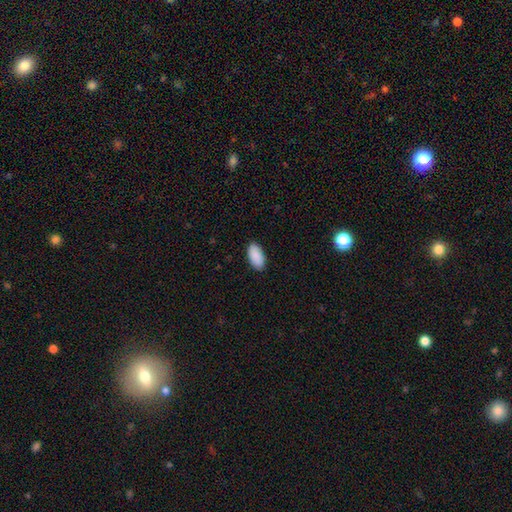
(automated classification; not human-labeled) Overall: smooth (91%). How rounded: in between (96%). Merging: none (89%).